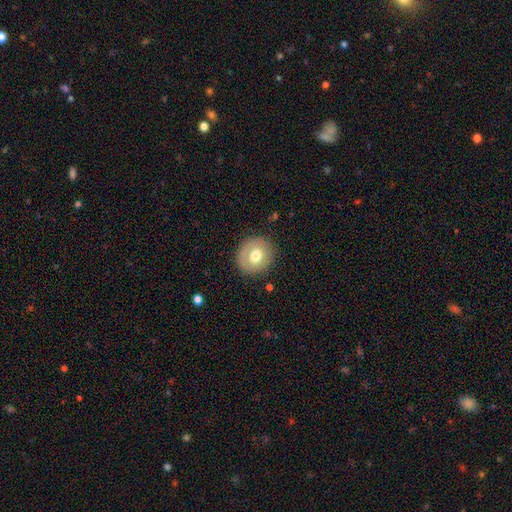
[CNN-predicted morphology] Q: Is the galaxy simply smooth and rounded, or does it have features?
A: smooth — 63%.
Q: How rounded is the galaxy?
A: round — 83%.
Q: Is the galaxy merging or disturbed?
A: none — 84%.